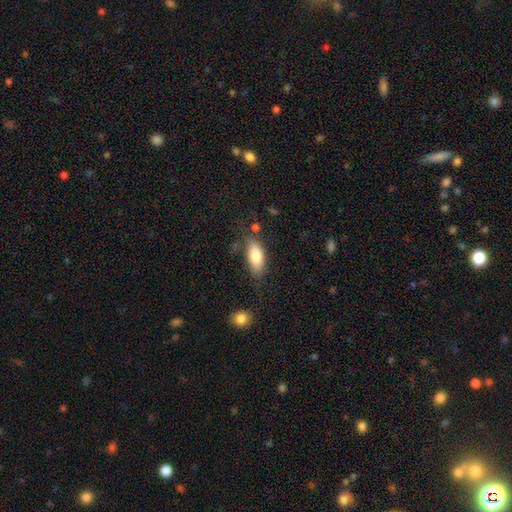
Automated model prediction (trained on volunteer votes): smooth 82%, featured or disk 12%, star or artifact 7%. Down the decision tree: how rounded — in between (84%); merging — none (67%).